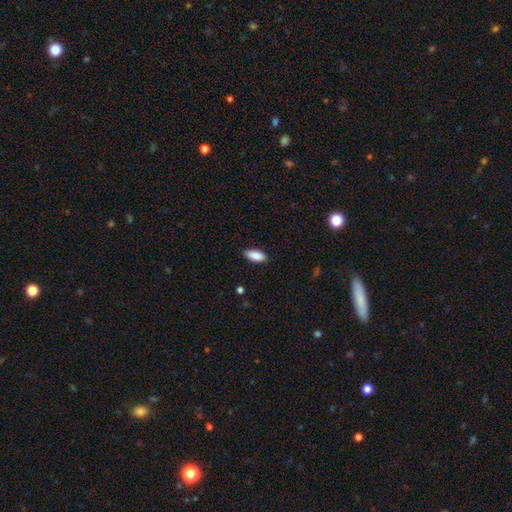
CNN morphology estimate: Q: Smooth or featured?
A: smooth (89%); runner-up: star or artifact (6%)
Q: How rounded?
A: in between (85%); runner-up: cigar-shaped (13%)
Q: Merging?
A: none (89%); runner-up: minor disturbance (8%)